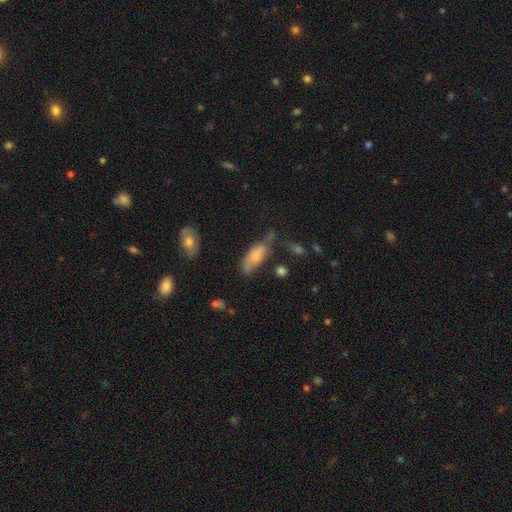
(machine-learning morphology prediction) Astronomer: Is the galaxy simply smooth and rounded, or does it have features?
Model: smooth — 67%.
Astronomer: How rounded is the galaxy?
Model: in between — 77%.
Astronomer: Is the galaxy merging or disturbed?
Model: none — 39% (runner-up: minor disturbance, 33%).